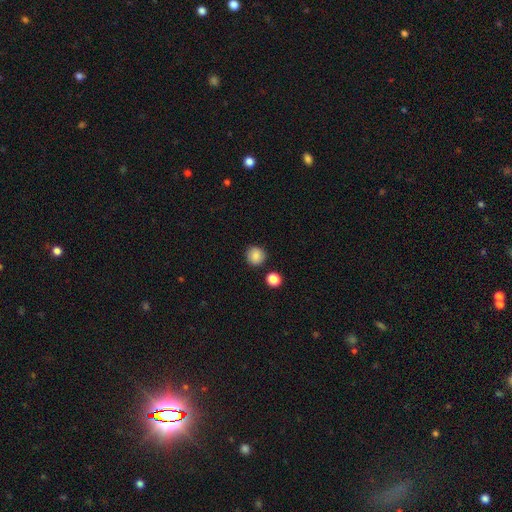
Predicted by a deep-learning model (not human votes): Smooth or featured: smooth — 86% (star or artifact — 10%)
How rounded: round — 91% (in between — 8%)
Merging: none — 87% (minor disturbance — 7%)